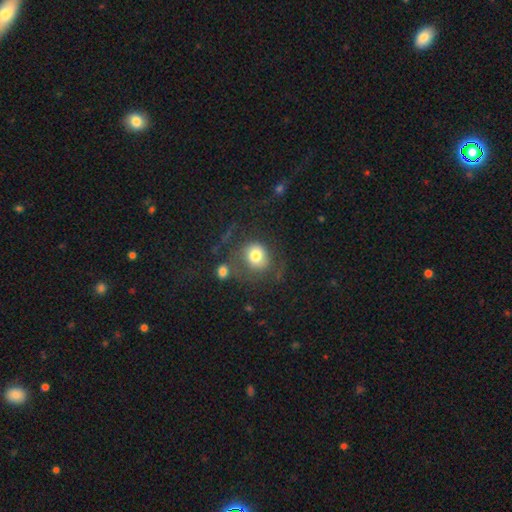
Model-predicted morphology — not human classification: Smooth or featured? smooth (74%)
How rounded? round (77%)
Merging? none (48%)